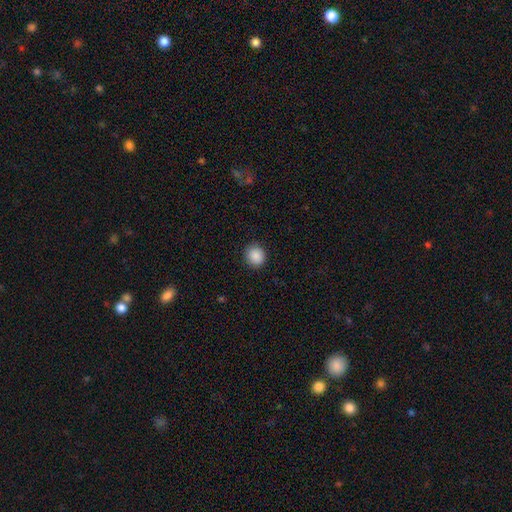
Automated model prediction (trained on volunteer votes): Smooth or featured? Predicted: smooth (p=0.89). How rounded? Predicted: round (p=0.82). Merging? Predicted: none (p=0.90).